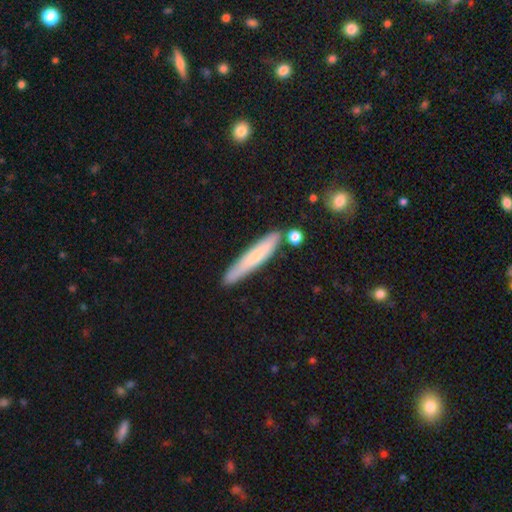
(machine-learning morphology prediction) Smooth or featured? Predicted: smooth (p=0.67). How rounded? Predicted: cigar-shaped (p=0.93). Merging? Predicted: none (p=0.79).